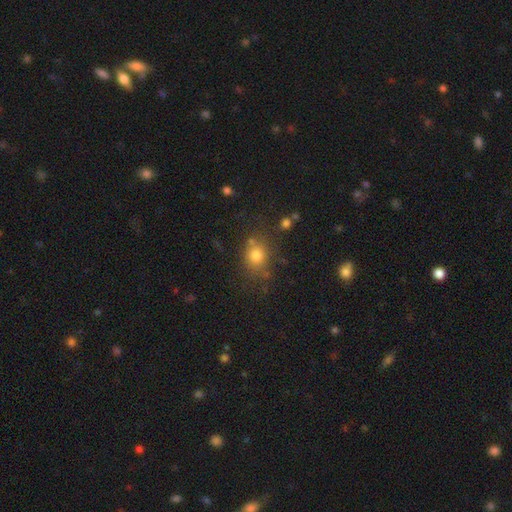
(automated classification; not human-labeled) smooth_or_featured: smooth (p=0.77) [alt: star or artifact p=0.15]
how_rounded: round (p=0.66) [alt: in between p=0.32]
merging: none (p=0.72) [alt: minor disturbance p=0.15]